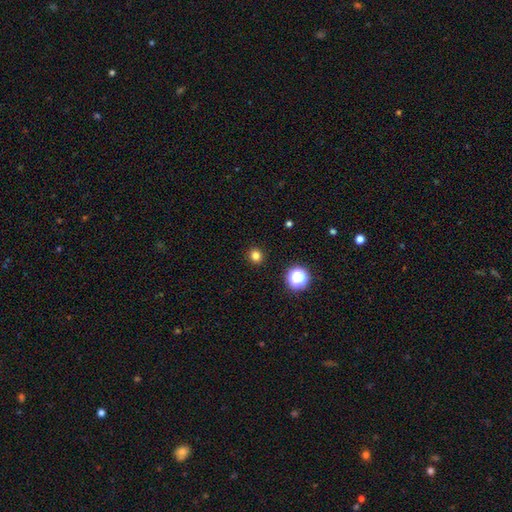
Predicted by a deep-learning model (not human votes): The model was most divided on "smooth or featured": smooth: 80%, star or artifact: 16%, featured or disk: 4%. More confident: merging — none (92%); how rounded — round (89%).